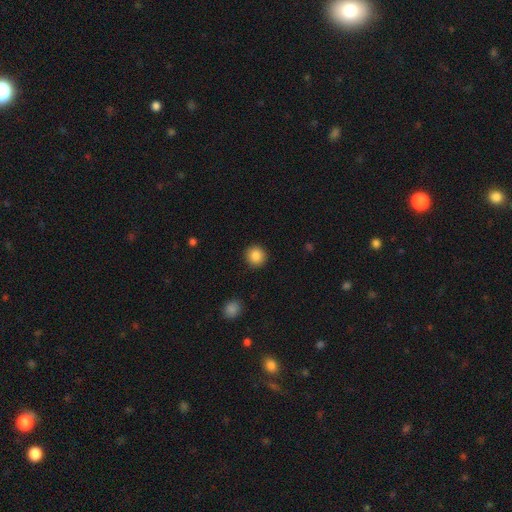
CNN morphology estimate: Overall: smooth (87%). How rounded: round (94%). Merging: none (92%).